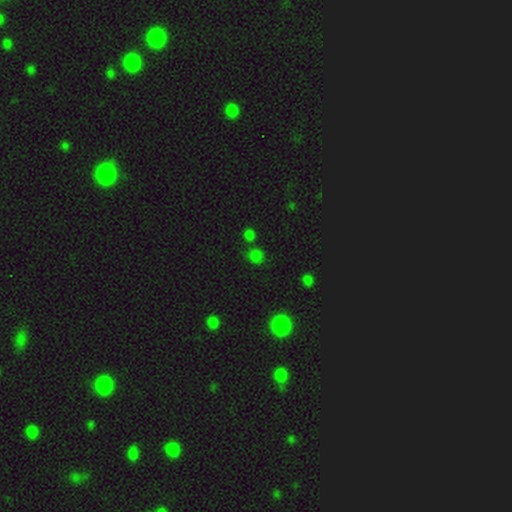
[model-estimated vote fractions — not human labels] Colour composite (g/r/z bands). It shows a smooth galaxy with no disk features (66%) that is round (84%). Merging: none (71%).